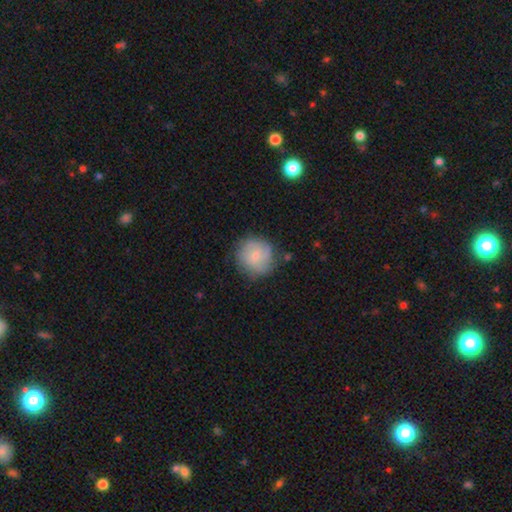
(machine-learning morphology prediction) Smooth or featured: smooth — 55% (featured or disk — 37%)
How rounded: round — 90% (in between — 9%)
Merging: none — 72% (minor disturbance — 19%)